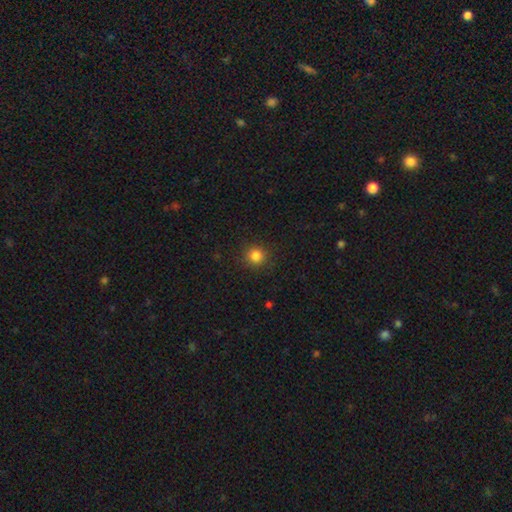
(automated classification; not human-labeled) Smooth or featured? Predicted: smooth (p=0.83). How rounded? Predicted: round (p=0.93). Merging? Predicted: none (p=0.90).